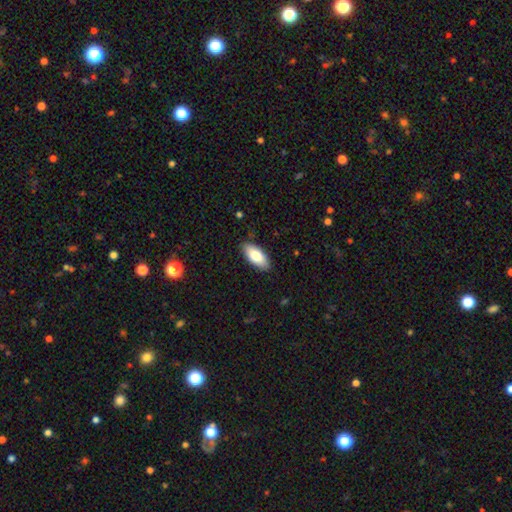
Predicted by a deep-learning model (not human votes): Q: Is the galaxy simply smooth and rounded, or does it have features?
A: smooth — 80%.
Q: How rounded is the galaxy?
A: in between — 87%.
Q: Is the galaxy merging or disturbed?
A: none — 88%.